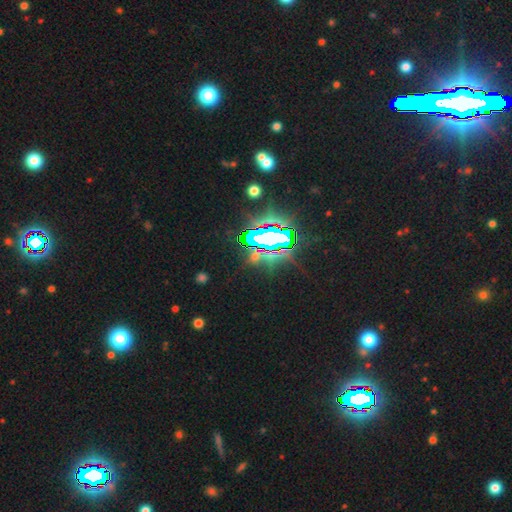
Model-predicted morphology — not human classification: Q: Smooth or featured?
A: star or artifact (76%); runner-up: smooth (13%)